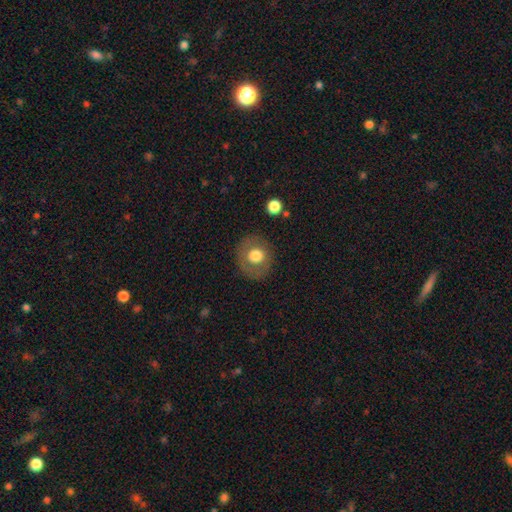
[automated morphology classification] This is likely a smooth galaxy (66%). How rounded: clearly round (85%). Merging: clearly none (83%).